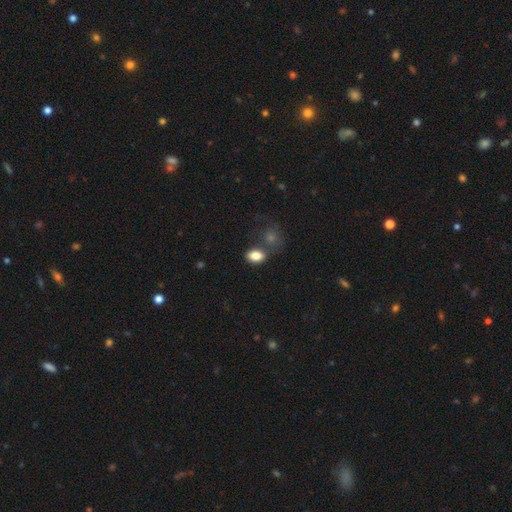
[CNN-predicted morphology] This appears to be a smooth galaxy with no disk features (84%) that is in between round and cigar-shaped (83%). Merging: none (59%).